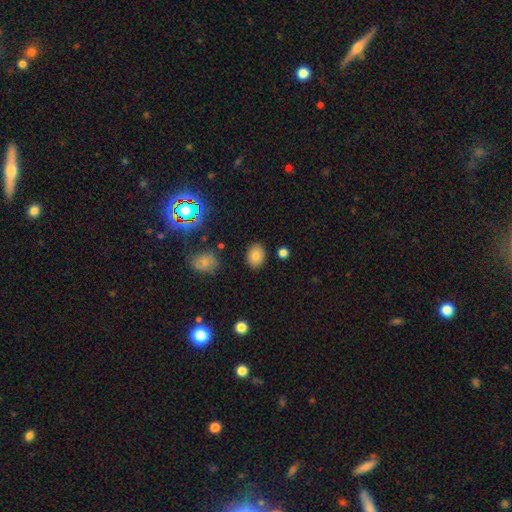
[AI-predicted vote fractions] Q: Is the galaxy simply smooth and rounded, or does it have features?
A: smooth — 80%.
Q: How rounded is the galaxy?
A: in between — 65%.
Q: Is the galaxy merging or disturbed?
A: none — 85%.